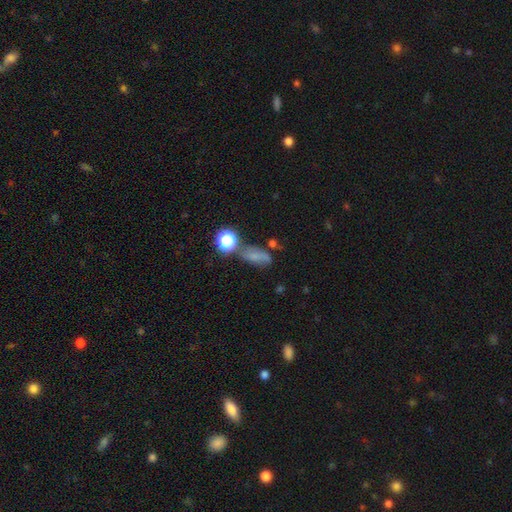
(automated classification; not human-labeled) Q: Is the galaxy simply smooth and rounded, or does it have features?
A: smooth — 58%.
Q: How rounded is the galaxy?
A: in between — 69%.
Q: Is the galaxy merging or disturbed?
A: none — 52%.